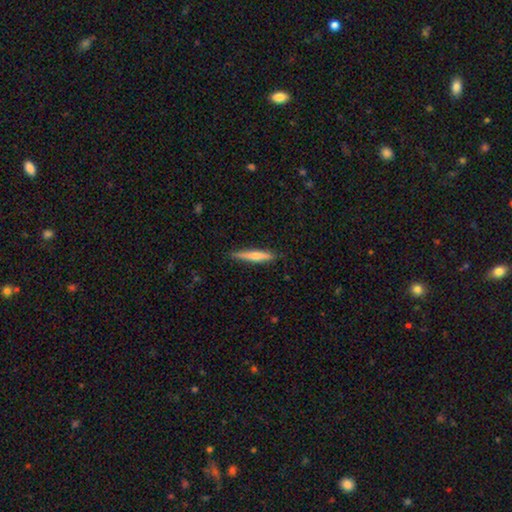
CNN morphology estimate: Q: Smooth or featured?
A: smooth (50%); runner-up: featured or disk (44%)
Q: Merging?
A: none (88%); runner-up: minor disturbance (9%)